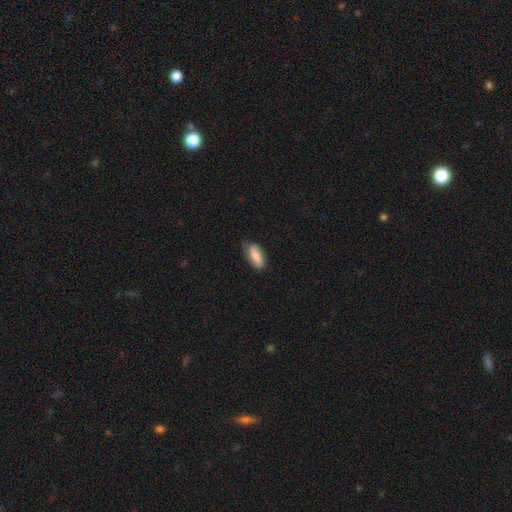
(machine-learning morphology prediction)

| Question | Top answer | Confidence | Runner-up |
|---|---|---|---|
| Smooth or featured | smooth | 74% | featured or disk (20%) |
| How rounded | in between | 81% | cigar-shaped (16%) |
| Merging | none | 72% | minor disturbance (23%) |